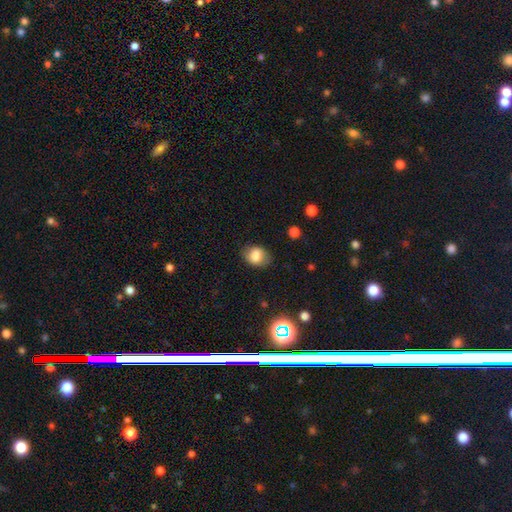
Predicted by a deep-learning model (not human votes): Overall: smooth (80%). How rounded: in between (54%; round 44%). Merging: none (74%).